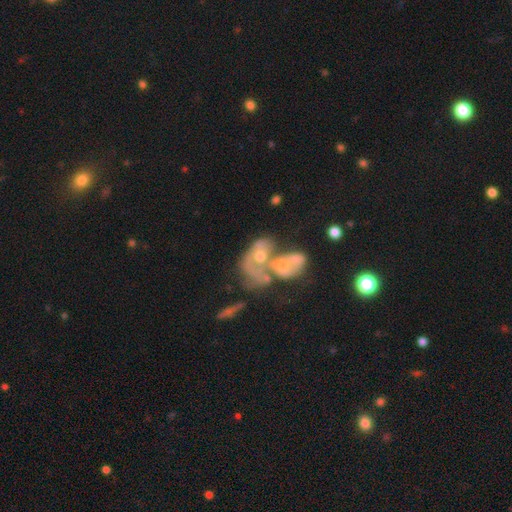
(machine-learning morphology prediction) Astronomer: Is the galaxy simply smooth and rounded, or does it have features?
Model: featured or disk — 62%.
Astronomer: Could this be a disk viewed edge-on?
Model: no — 96%.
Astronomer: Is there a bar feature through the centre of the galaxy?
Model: no — 74%.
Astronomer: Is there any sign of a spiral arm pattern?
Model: yes — 54% (runner-up: no, 46%).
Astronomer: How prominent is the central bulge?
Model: small — 44% (runner-up: moderate, 34%).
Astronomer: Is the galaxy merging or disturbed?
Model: merger — 63%.